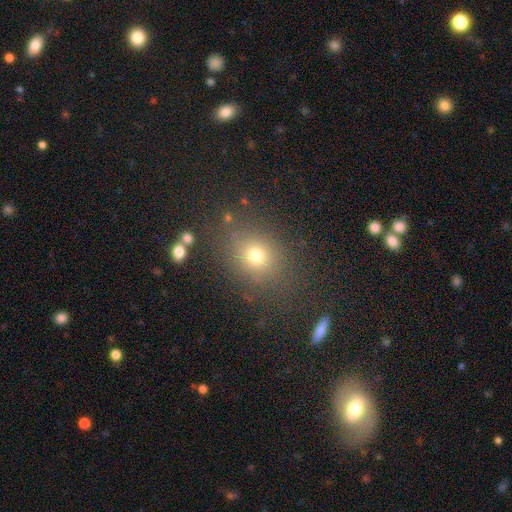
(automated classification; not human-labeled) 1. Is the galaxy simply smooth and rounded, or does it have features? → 72% smooth, 18% star or artifact, 10% featured or disk.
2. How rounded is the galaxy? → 60% round, 39% in between, 1% cigar-shaped.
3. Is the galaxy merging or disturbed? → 80% none, 11% minor disturbance, 5% major disturbance, 3% merger.